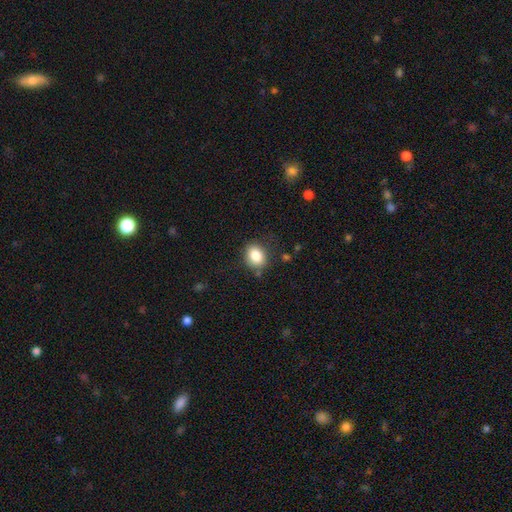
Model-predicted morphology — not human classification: A smooth galaxy with no disk features (84%) that is in between round and cigar-shaped (57%).

Vote fractions:
- Smooth or featured? smooth: 84% / star or artifact: 9% / featured or disk: 7%
- How rounded? in between: 57% / round: 42% / cigar-shaped: 1%
- Merging? none: 79% / minor disturbance: 14% / major disturbance: 4% / merger: 2%